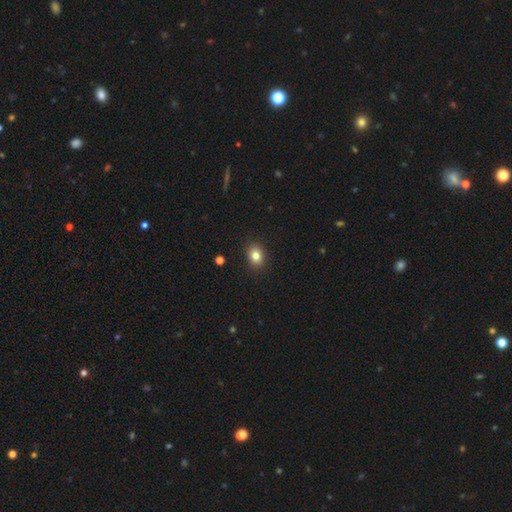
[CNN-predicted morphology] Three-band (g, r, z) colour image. It shows a smooth galaxy with no disk features (82%) that is in between round and cigar-shaped (61%). Merging: none (89%).